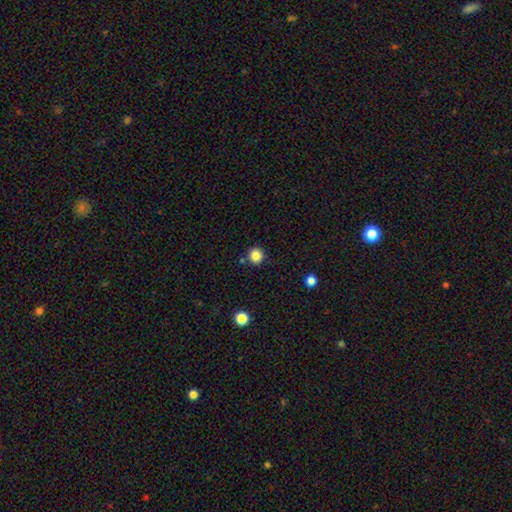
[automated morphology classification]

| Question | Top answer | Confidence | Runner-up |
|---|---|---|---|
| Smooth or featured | smooth | 85% | star or artifact (11%) |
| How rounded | round | 92% | in between (7%) |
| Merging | none | 86% | minor disturbance (7%) |